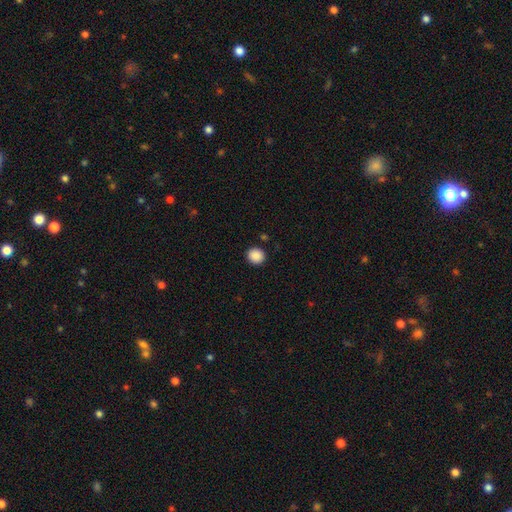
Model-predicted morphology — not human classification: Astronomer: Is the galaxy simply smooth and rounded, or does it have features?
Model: smooth — 89%.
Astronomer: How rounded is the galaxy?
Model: round — 86%.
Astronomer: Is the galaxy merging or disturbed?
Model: none — 91%.